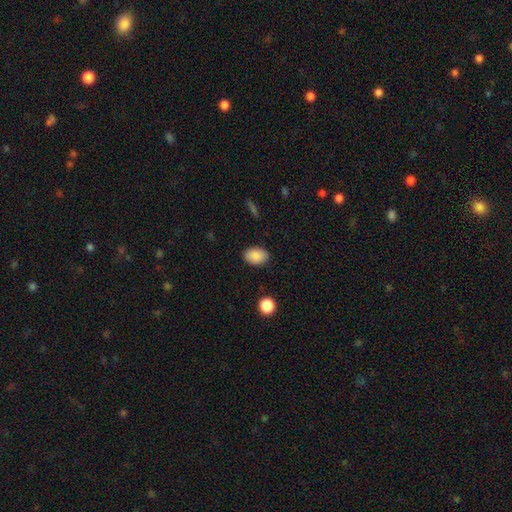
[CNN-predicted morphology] Q: Smooth or featured?
A: smooth (88%); runner-up: star or artifact (7%)
Q: How rounded?
A: in between (85%); runner-up: round (13%)
Q: Merging?
A: none (87%); runner-up: minor disturbance (9%)